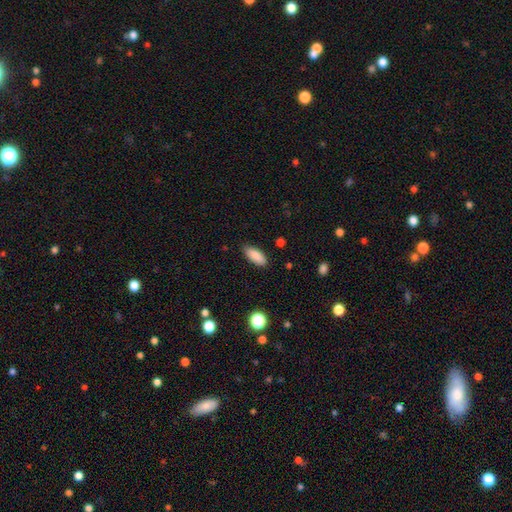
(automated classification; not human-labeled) Smooth or featured? smooth (88%)
How rounded? in between (83%)
Merging? none (86%)